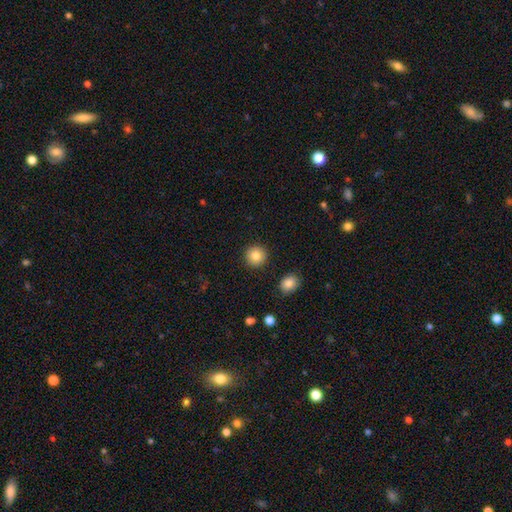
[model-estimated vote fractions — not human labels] Morphology: type=smooth (85%); roundness=round (94%); merging=none (92%).